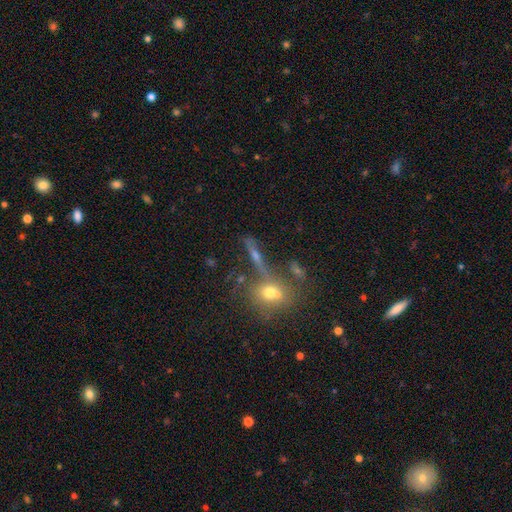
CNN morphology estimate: featured or disk 49%, smooth 30%, star or artifact 21%. Down the decision tree: merging — none (60%).